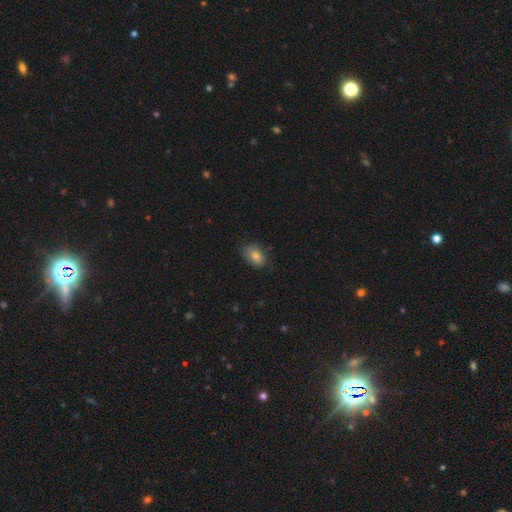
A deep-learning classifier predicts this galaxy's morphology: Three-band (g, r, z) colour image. It shows a smooth galaxy with no disk features (76%) that is in between round and cigar-shaped (82%). Merging: none (73%).